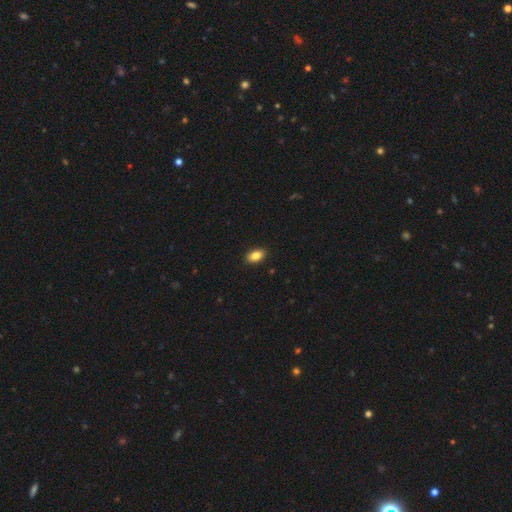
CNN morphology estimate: Smooth or featured?
  - smooth: 85% *
  - star or artifact: 8%
  - featured or disk: 7%
How rounded?
  - in between: 90% *
  - round: 8%
  - cigar-shaped: 3%
Merging?
  - none: 90% *
  - minor disturbance: 7%
  - major disturbance: 2%
  - merger: 1%